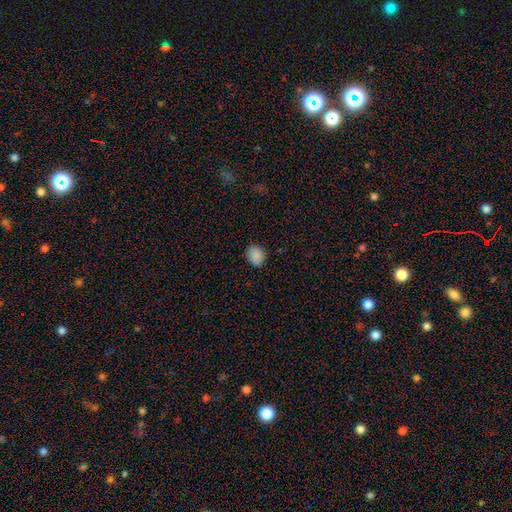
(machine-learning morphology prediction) type=smooth (87%); roundness=round (56%); merging=none (82%).